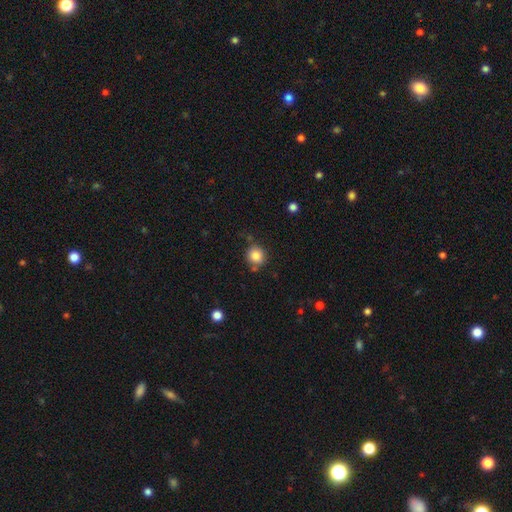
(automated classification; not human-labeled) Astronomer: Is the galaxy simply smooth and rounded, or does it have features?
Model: smooth — 84%.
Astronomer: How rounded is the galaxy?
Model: round — 89%.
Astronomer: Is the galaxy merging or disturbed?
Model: none — 76%.